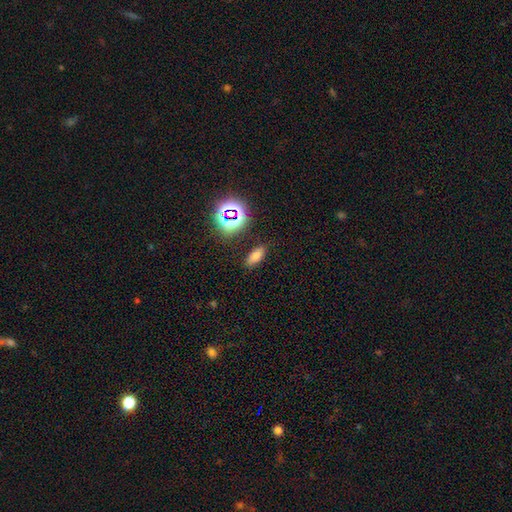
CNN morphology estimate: Smooth or featured? Predicted: smooth (p=0.73). How rounded? Predicted: in between (p=0.77). Merging? Predicted: none (p=0.84).